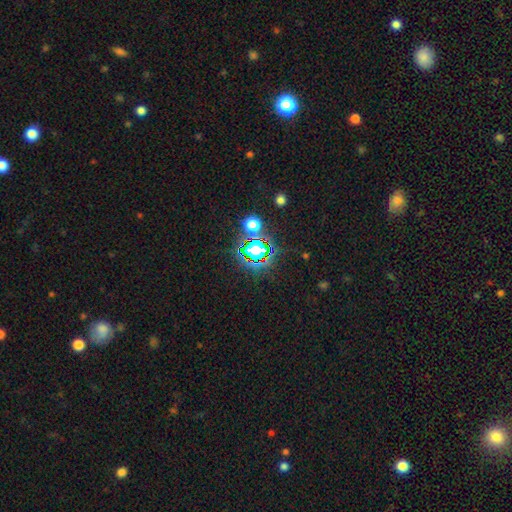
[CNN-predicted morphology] Overall: star or artifact (77%).